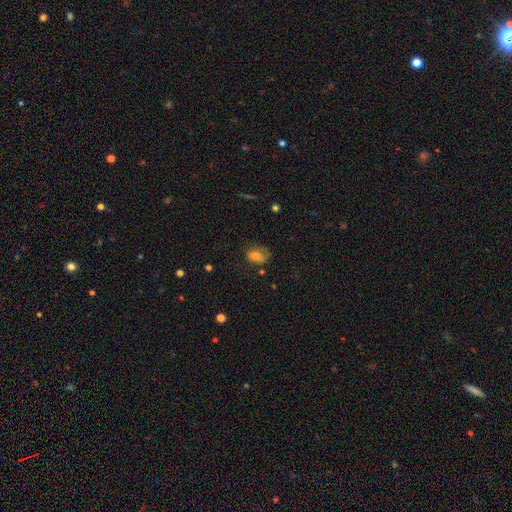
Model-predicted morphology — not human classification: This is likely a smooth galaxy (70%). How rounded: likely in between (72%). Merging: possibly none (53%).